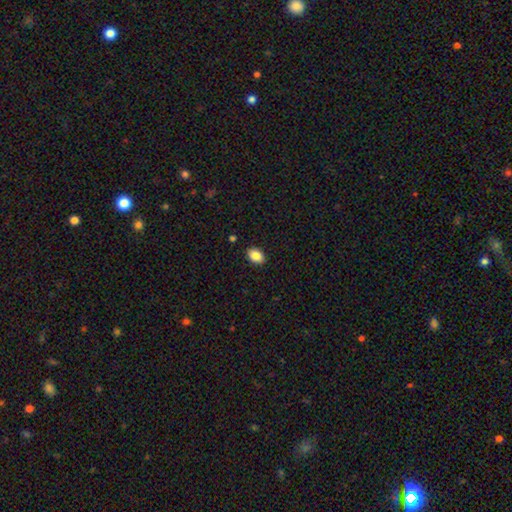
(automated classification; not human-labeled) Smooth or featured? smooth (86%)
How rounded? in between (84%)
Merging? none (89%)